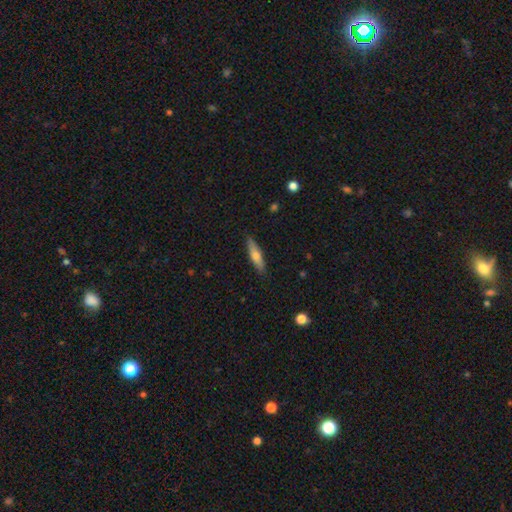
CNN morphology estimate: smooth_or_featured: smooth (p=0.61) [alt: featured or disk p=0.33]
how_rounded: cigar-shaped (p=0.76) [alt: in between p=0.22]
merging: none (p=0.88) [alt: minor disturbance p=0.09]